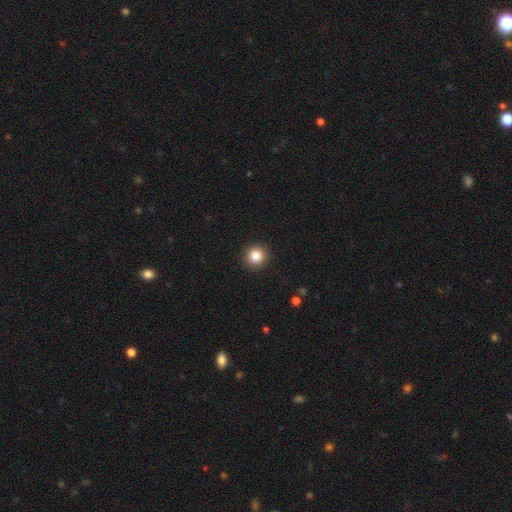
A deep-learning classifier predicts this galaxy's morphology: A smooth galaxy with no disk features (85%) that is round (93%). Merging: none (92%).